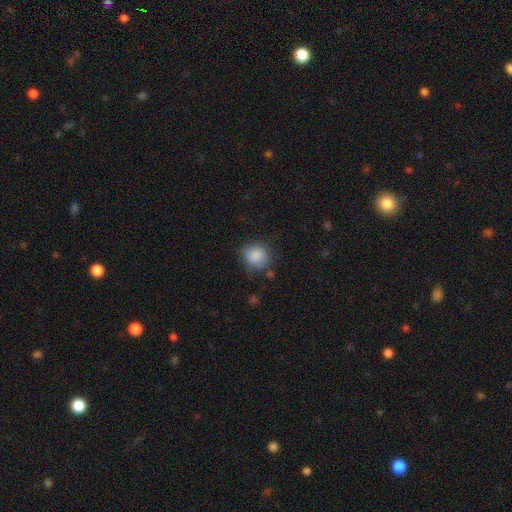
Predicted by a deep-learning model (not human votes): Q: Smooth or featured?
A: smooth (83%); runner-up: featured or disk (9%)
Q: How rounded?
A: round (80%); runner-up: in between (19%)
Q: Merging?
A: none (60%); runner-up: minor disturbance (27%)